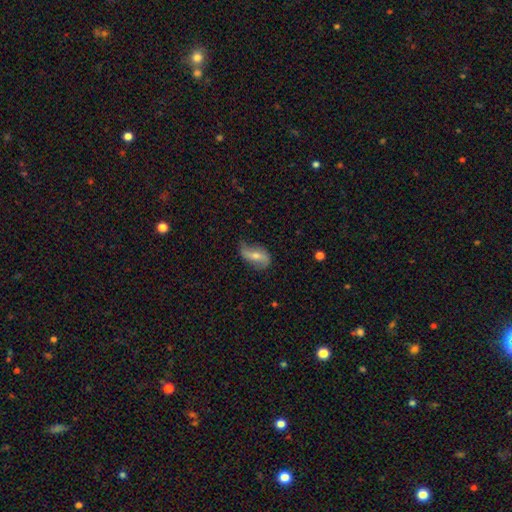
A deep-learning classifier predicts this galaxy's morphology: Smooth or featured: featured or disk — 65% (smooth — 27%)
Edge-on disk: no — 92% (yes — 8%)
Bar: weak — 37% (no — 33%)
Spiral arms: yes — 86% (no — 14%)
Spiral winding: loose — 74% (medium — 18%)
Spiral arm count: 2 — 88% (can't tell — 6%)
Bulge size: moderate — 51% (small — 40%)
Merging: none — 65% (minor disturbance — 25%)